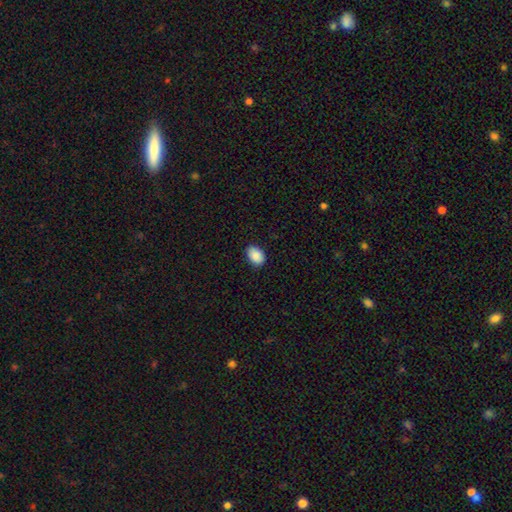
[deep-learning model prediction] A smooth galaxy with no disk features (90%) that is in between round and cigar-shaped (82%). Merging: none (86%).